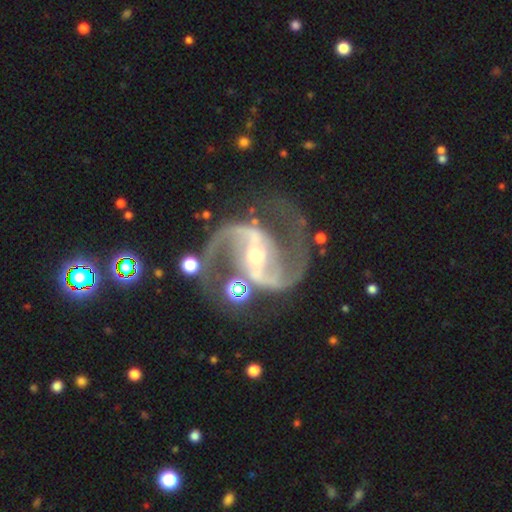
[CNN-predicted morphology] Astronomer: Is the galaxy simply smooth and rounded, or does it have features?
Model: featured or disk — 93%.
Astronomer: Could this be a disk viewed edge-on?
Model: no — 98%.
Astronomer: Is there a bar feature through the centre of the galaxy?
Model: strong — 64%.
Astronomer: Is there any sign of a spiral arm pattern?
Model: yes — 98%.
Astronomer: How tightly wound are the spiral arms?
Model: medium — 63%.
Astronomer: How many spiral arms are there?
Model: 2 — 95%.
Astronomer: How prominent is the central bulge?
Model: moderate — 50% (runner-up: small, 45%).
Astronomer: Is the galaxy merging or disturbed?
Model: none — 73%.